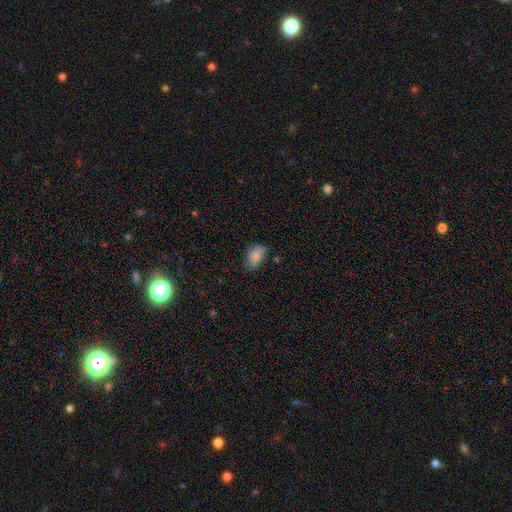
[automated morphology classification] This is likely a smooth galaxy (78%). How rounded: clearly in between (86%). Merging: possibly none (52%).